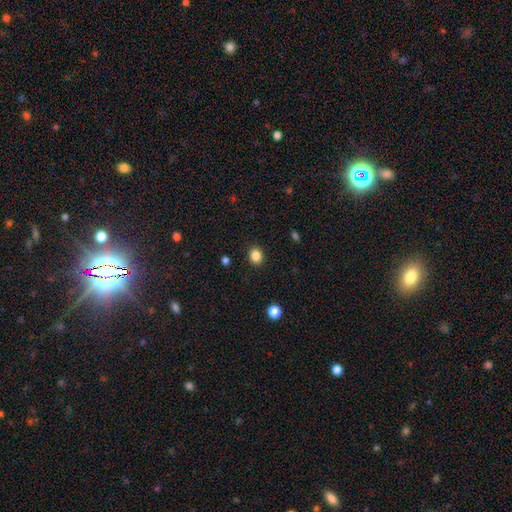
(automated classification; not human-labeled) Morphology: type=smooth (85%); roundness=round (59%); merging=none (90%).